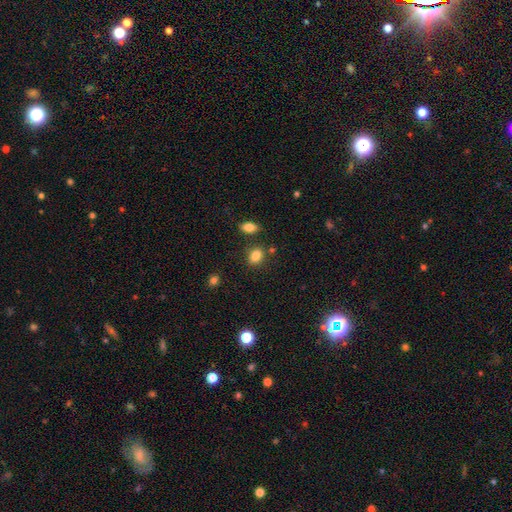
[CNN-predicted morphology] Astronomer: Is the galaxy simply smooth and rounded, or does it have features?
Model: smooth — 84%.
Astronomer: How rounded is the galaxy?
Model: in between — 66%.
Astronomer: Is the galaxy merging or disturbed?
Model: none — 79%.